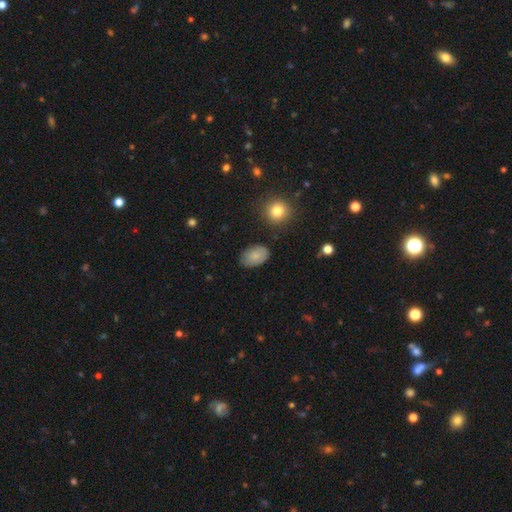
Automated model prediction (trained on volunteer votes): A smooth galaxy with no disk features (83%) that is in between round and cigar-shaped (89%).

Vote fractions:
- Smooth or featured? smooth: 83% / featured or disk: 9% / star or artifact: 8%
- How rounded? in between: 89% / round: 10% / cigar-shaped: 1%
- Merging? none: 83% / minor disturbance: 13% / major disturbance: 3% / merger: 2%